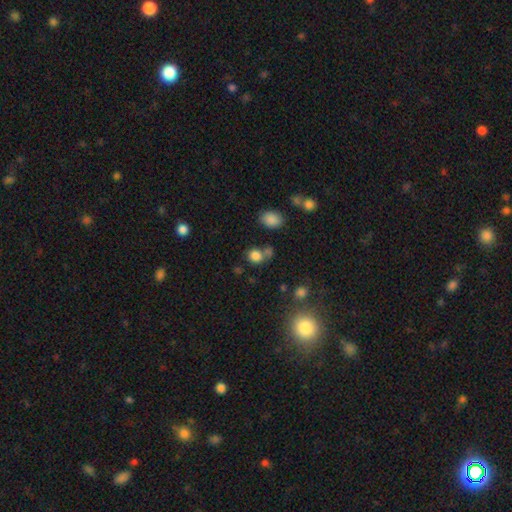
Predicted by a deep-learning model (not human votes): smooth 81%, star or artifact 13%, featured or disk 6%. Down the decision tree: how rounded — round (69%); merging — none (57%).